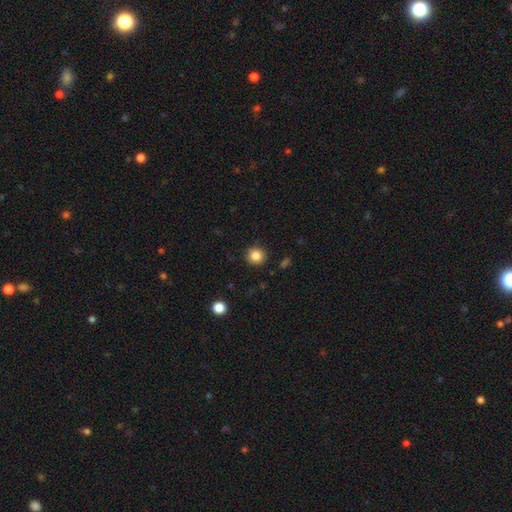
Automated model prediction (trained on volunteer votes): A smooth galaxy with no disk features (84%) that is round (92%). Merging: none (90%).